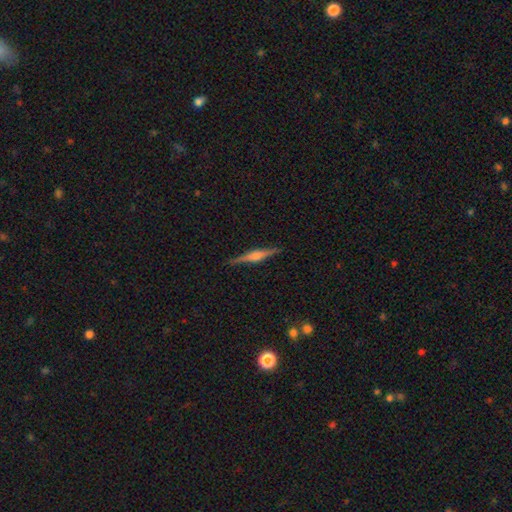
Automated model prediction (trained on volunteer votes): Morphology: type=featured or disk (80%); edge-on=yes (98%); edge-on bulge=rounded (77%); merging=none (91%).